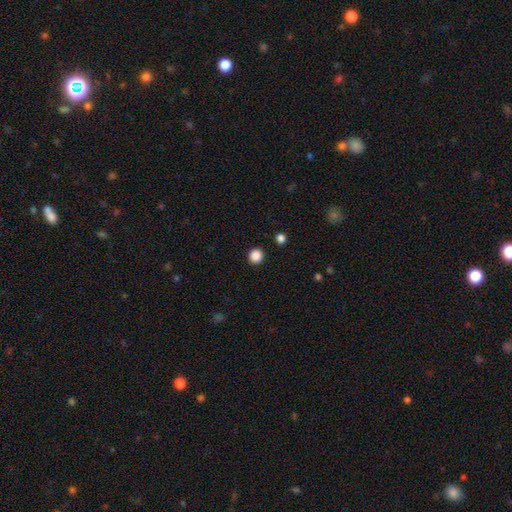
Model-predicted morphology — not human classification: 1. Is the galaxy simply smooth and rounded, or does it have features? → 87% smooth, 10% star or artifact, 2% featured or disk.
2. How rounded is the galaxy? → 92% round, 7% in between, 1% cigar-shaped.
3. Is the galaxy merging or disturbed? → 93% none, 4% minor disturbance, 2% major disturbance, 1% merger.